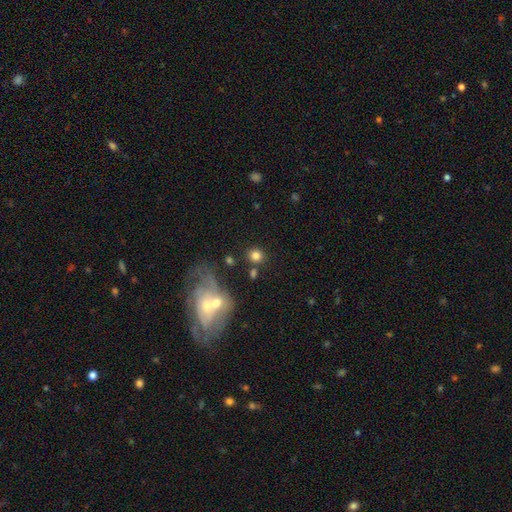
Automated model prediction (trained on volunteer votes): A smooth galaxy with no disk features (79%) that is round (84%). Merging: none (73%).